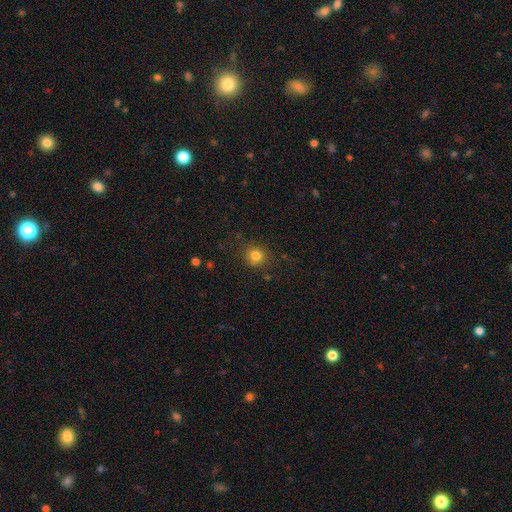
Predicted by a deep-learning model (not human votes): smooth_or_featured: smooth (p=0.81) [alt: star or artifact p=0.13]
how_rounded: round (p=0.85) [alt: in between p=0.14]
merging: none (p=0.84) [alt: minor disturbance p=0.11]